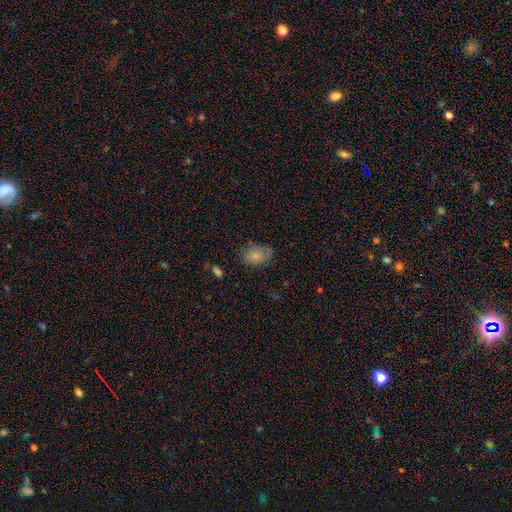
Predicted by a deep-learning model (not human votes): Smooth or featured?
  - smooth: 76% *
  - featured or disk: 15%
  - star or artifact: 9%
How rounded?
  - in between: 79% *
  - round: 20%
  - cigar-shaped: 1%
Merging?
  - none: 63% *
  - minor disturbance: 26%
  - major disturbance: 8%
  - merger: 2%